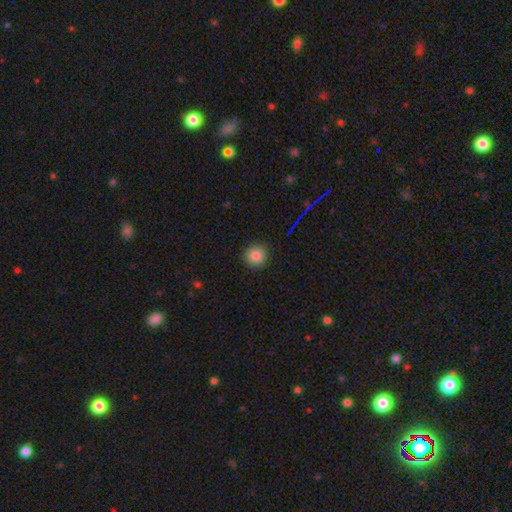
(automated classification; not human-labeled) This appears to be a smooth galaxy with no disk features (85%) that is round (94%). Merging: none (91%).